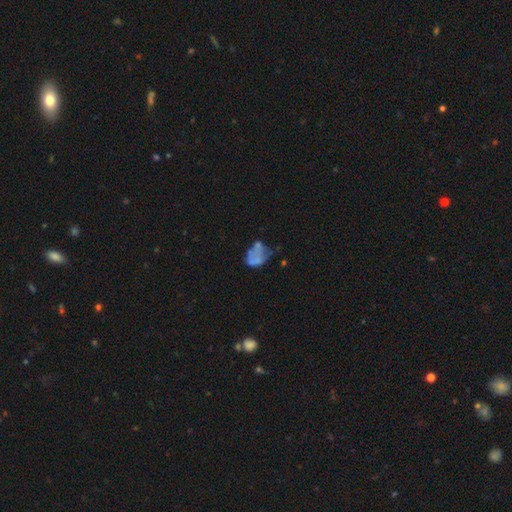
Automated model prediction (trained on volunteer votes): A featured or disk galaxy (45%). Merging: major disturbance (30%).